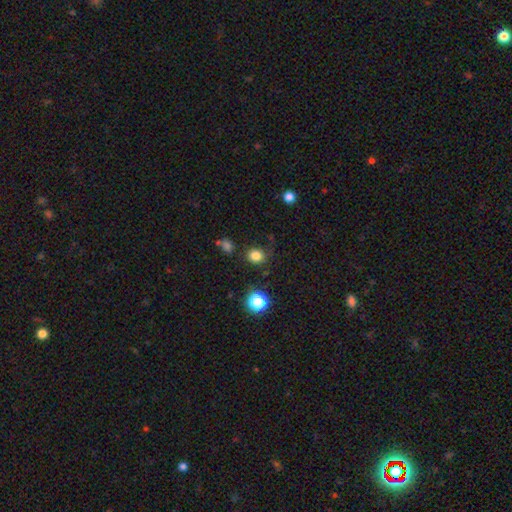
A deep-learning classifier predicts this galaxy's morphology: Smooth or featured: smooth — 81% (star or artifact — 14%)
How rounded: round — 71% (in between — 28%)
Merging: none — 80% (minor disturbance — 13%)